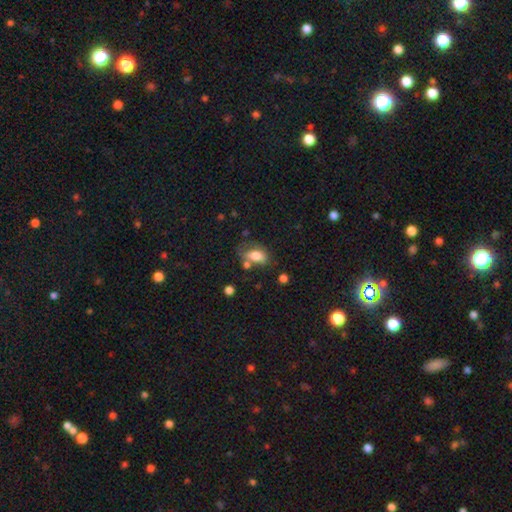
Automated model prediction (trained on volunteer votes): Morphology: type=smooth (71%); roundness=in between (88%); merging=none (43%).